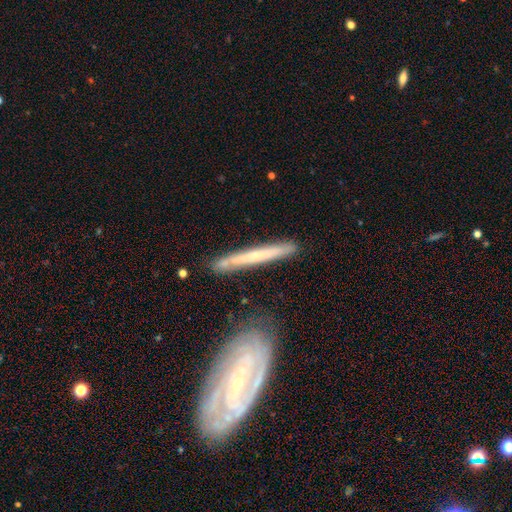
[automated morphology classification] smooth_or_featured: featured or disk (p=0.50) [alt: smooth p=0.44]
disk_edge_on: yes (p=0.90) [alt: no p=0.10]
merging: none (p=0.84) [alt: minor disturbance p=0.10]